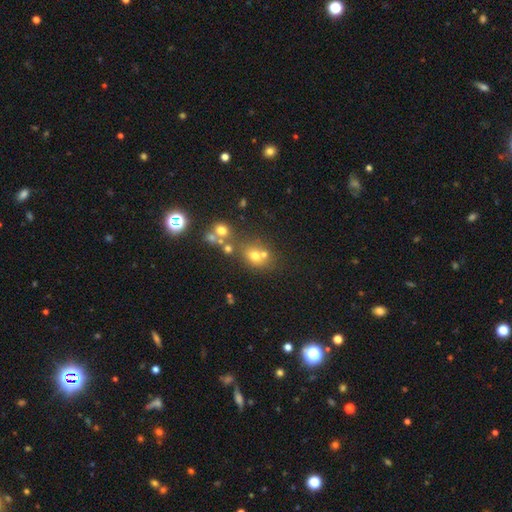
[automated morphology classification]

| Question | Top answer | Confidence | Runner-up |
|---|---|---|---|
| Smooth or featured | smooth | 59% | star or artifact (24%) |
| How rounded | round | 66% | in between (33%) |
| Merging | none | 48% | merger (36%) |